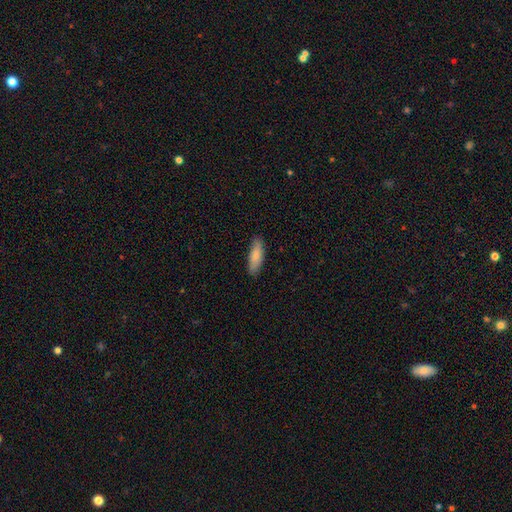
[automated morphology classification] smooth_or_featured: smooth (p=0.84) [alt: featured or disk p=0.10]
how_rounded: in between (p=0.57) [alt: cigar-shaped p=0.42]
merging: none (p=0.83) [alt: minor disturbance p=0.14]